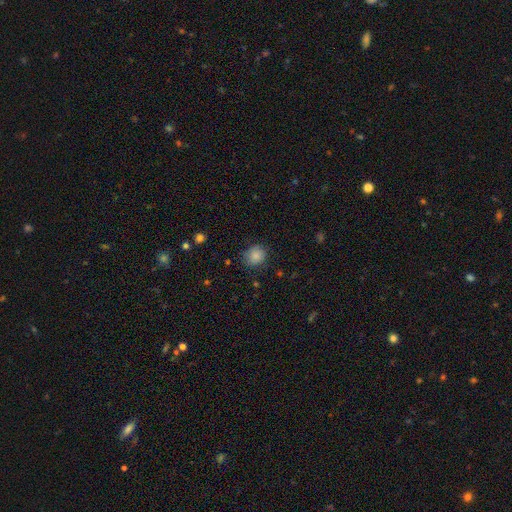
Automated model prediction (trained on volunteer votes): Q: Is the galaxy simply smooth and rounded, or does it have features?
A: smooth — 85%.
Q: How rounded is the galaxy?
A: round — 76%.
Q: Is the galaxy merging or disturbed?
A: none — 77%.